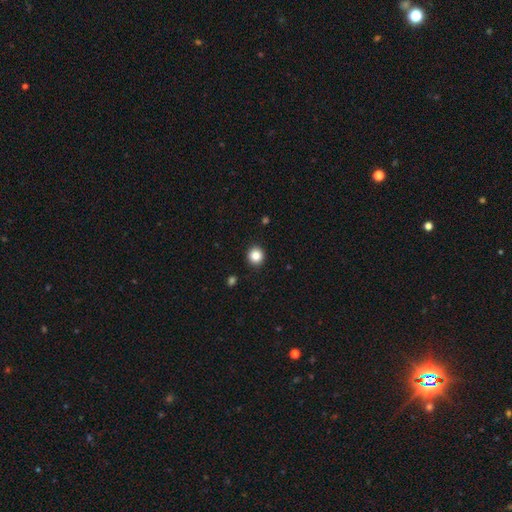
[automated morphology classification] Smooth or featured?
  - smooth: 85% *
  - star or artifact: 10%
  - featured or disk: 5%
How rounded?
  - round: 91% *
  - in between: 8%
  - cigar-shaped: 1%
Merging?
  - none: 92% *
  - minor disturbance: 5%
  - major disturbance: 2%
  - merger: 1%